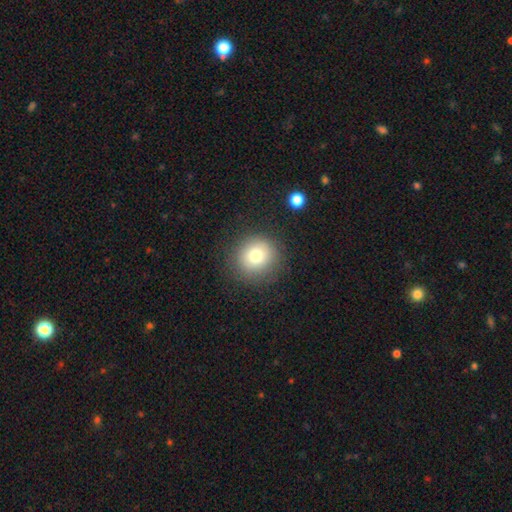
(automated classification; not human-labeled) This is likely a smooth galaxy (76%). How rounded: clearly round (89%). Merging: clearly none (87%).